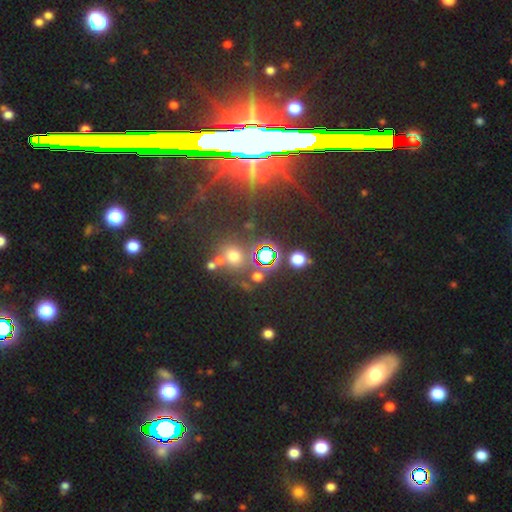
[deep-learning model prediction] A star or artifact, not a galaxy (68%).